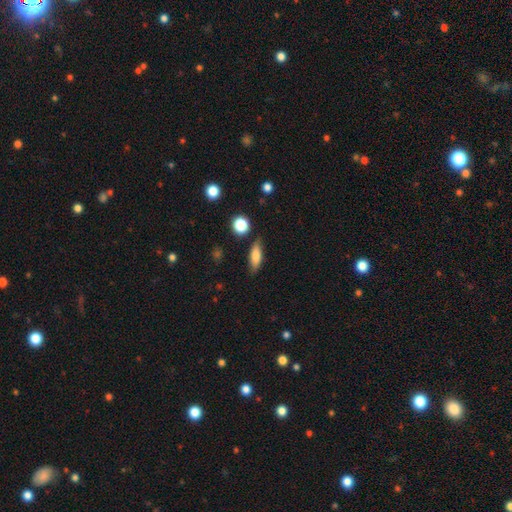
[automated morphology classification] type=smooth (73%); roundness=in between (56%); merging=none (80%).